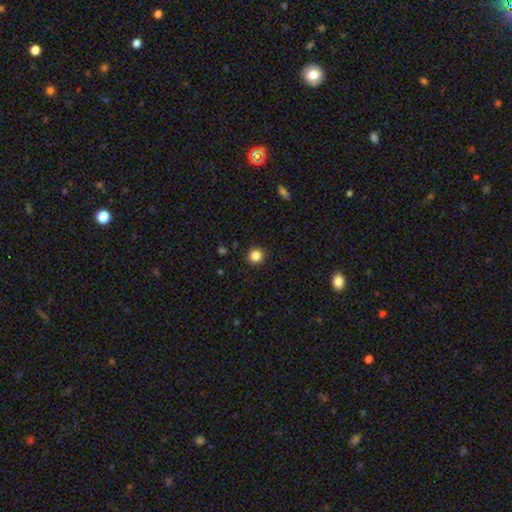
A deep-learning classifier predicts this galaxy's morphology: Overall: smooth (85%). How rounded: round (90%). Merging: none (91%).